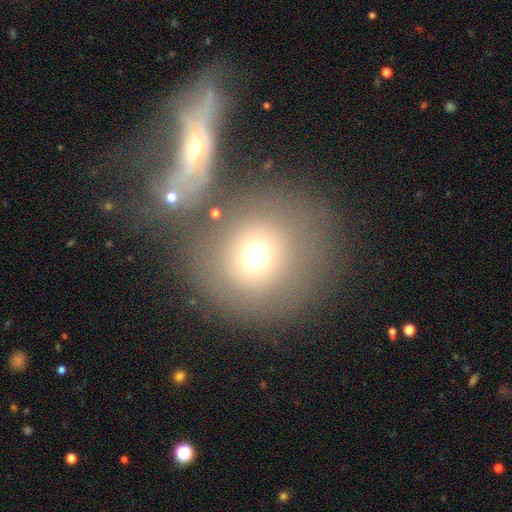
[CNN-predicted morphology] This is likely a smooth galaxy (69%). How rounded: clearly round (87%). Merging: possibly none (50%).